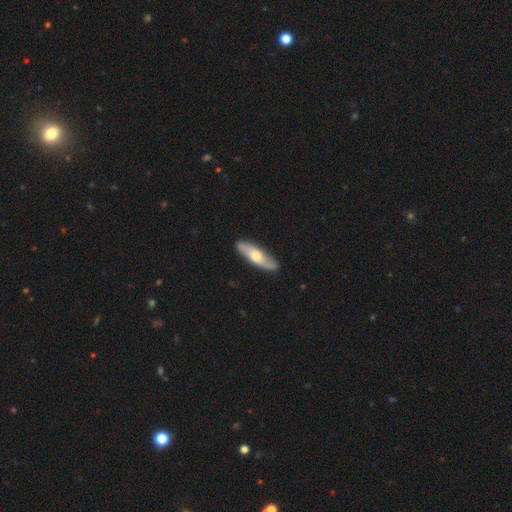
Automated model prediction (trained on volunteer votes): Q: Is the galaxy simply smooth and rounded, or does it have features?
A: featured or disk — 50%.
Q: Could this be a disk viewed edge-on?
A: no — 59%.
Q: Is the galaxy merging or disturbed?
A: none — 86%.